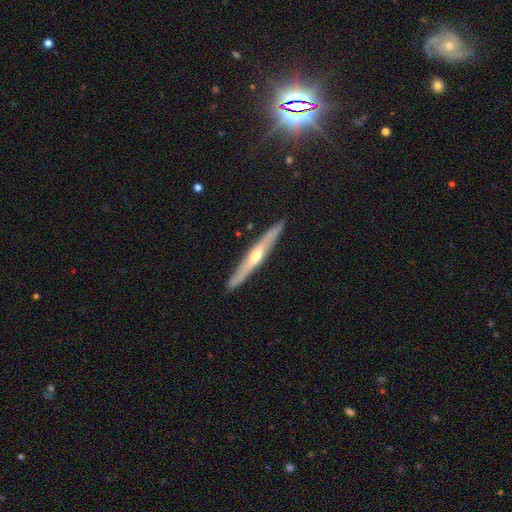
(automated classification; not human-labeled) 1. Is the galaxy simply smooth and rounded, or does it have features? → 71% featured or disk, 22% smooth, 7% star or artifact.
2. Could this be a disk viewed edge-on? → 96% yes, 4% no.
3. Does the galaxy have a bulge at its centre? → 83% rounded, 12% none, 5% boxy.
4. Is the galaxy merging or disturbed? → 89% none, 8% minor disturbance, 1% major disturbance, 1% merger.